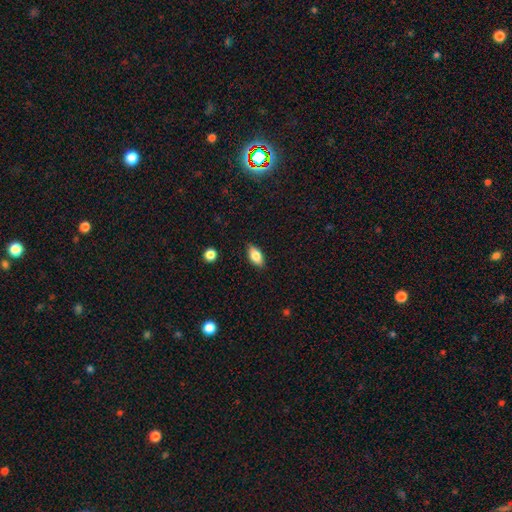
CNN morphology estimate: A smooth galaxy with no disk features (78%) that is in between round and cigar-shaped (88%).

Vote fractions:
- Smooth or featured? smooth: 78% / featured or disk: 14% / star or artifact: 7%
- How rounded? in between: 88% / cigar-shaped: 8% / round: 4%
- Merging? none: 86% / minor disturbance: 11% / major disturbance: 2% / merger: 1%